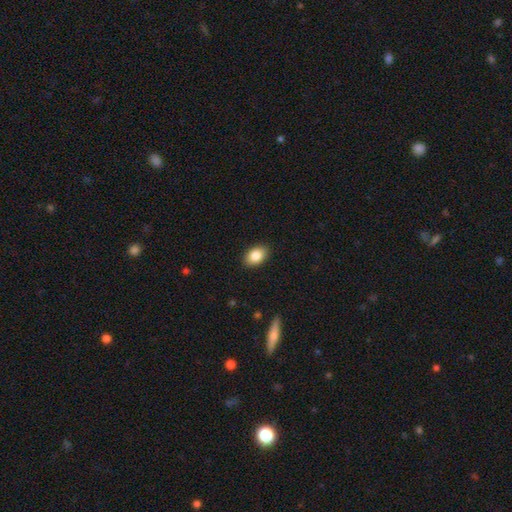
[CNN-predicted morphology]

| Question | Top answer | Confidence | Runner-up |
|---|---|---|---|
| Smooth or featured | smooth | 85% | star or artifact (8%) |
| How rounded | in between | 87% | round (11%) |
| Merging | none | 89% | minor disturbance (8%) |